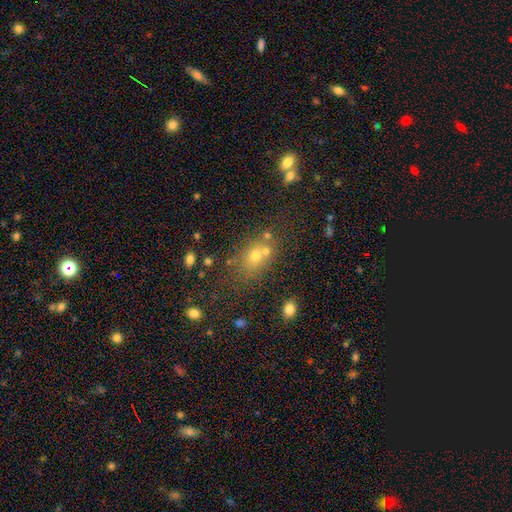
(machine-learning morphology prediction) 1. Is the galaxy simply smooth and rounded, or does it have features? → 60% smooth, 21% star or artifact, 19% featured or disk.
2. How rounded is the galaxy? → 52% in between, 45% round, 2% cigar-shaped.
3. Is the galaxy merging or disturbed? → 52% none, 28% merger, 13% minor disturbance, 7% major disturbance.